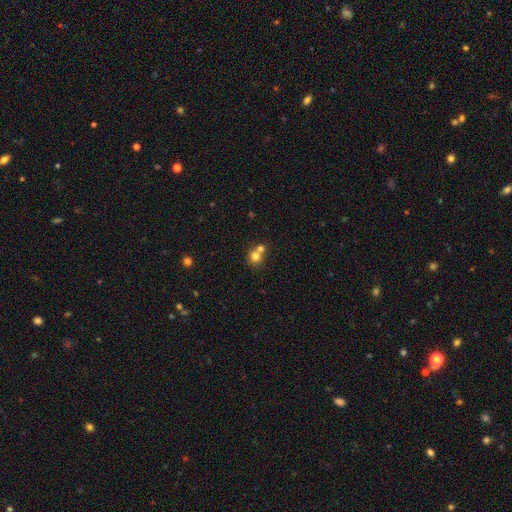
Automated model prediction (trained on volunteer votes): Smooth or featured? Predicted: smooth (p=0.74). How rounded? Predicted: round (p=0.84). Merging? Predicted: merger (p=0.50).